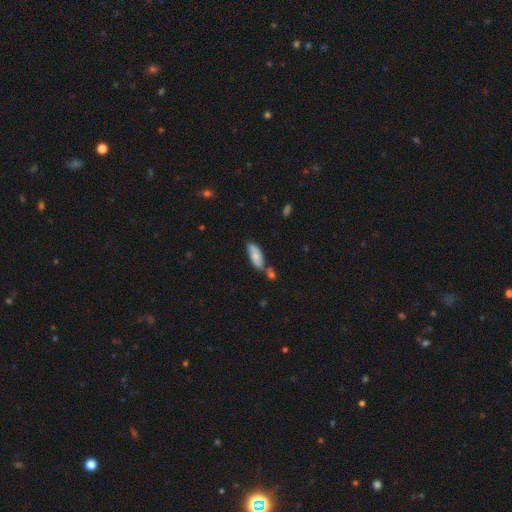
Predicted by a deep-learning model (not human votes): Morphology: type=smooth (65%); roundness=in between (72%); merging=none (52%).